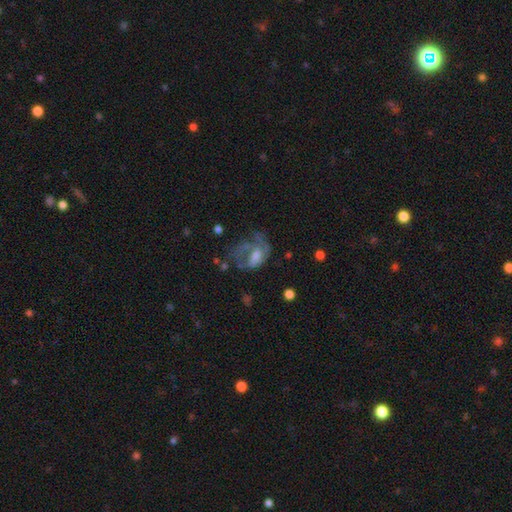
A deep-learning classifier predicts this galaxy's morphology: Overall: featured or disk (54%; smooth 32%). Edge-on disk: no (96%). Bar: no (71%). Spiral arms: no (59%; yes 41%). Bulge size: moderate (38%; none 23%). Merging: major disturbance (50%; none 27%).